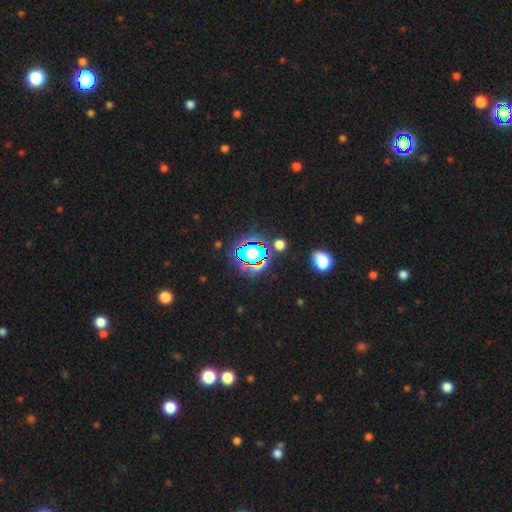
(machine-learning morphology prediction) A star or artifact, not a galaxy (62%).